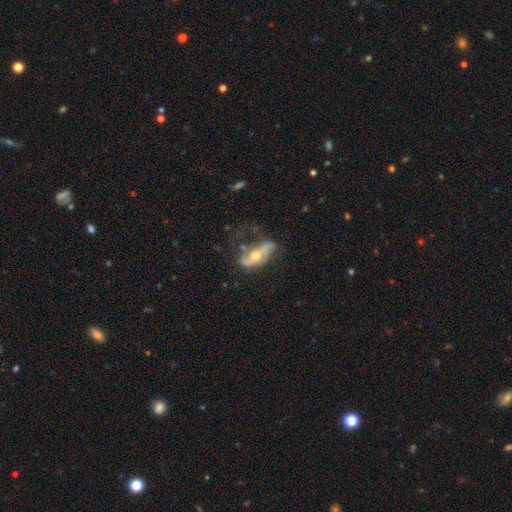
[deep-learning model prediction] Overall: featured or disk (71%). Edge-on disk: no (82%). Bar: no (49%; weak 26%). Spiral arms: yes (75%). Bulge size: moderate (69%). Merging: none (40%; major disturbance 28%).